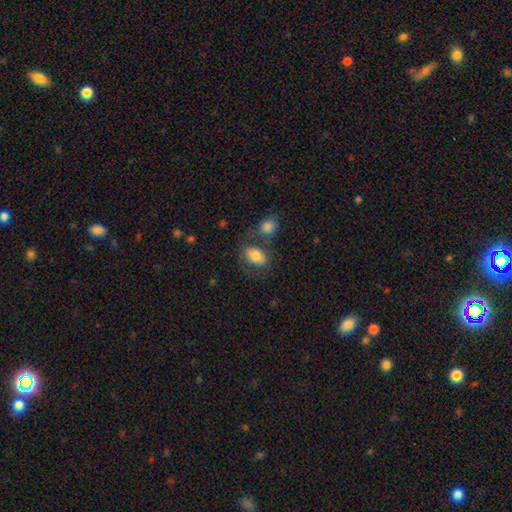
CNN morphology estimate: Q: Smooth or featured?
A: smooth (77%); runner-up: featured or disk (15%)
Q: How rounded?
A: in between (87%); runner-up: round (11%)
Q: Merging?
A: none (53%); runner-up: merger (25%)